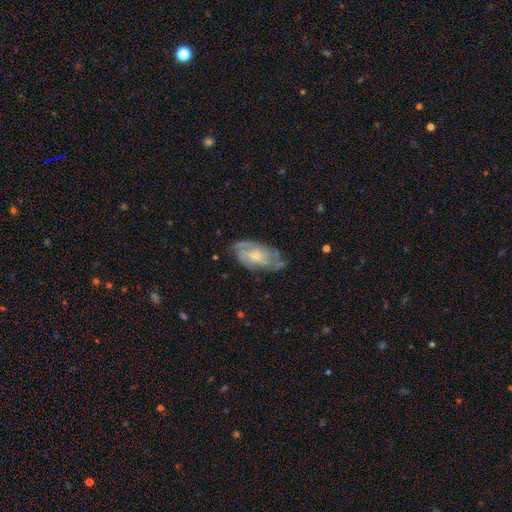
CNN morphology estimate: Smooth or featured? featured or disk (76%)
Edge-on disk? no (95%)
Bar? no (71%)
Spiral arms? yes (90%)
Spiral winding? tight (51%)
Spiral arm count? 2 (40%)
Bulge size? small (46%)
Merging? none (66%)